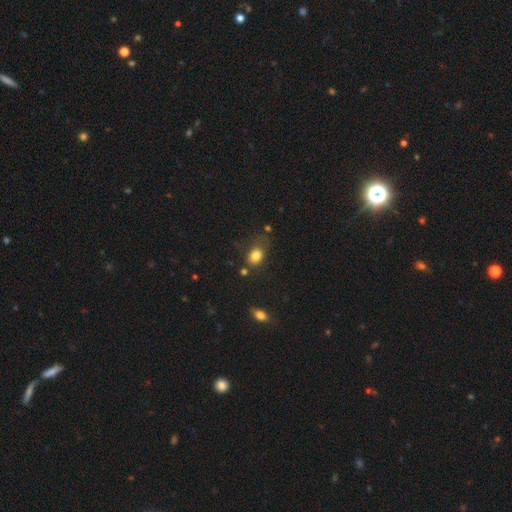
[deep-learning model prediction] This is clearly a smooth galaxy (81%). How rounded: likely in between (68%). Merging: possibly none (57%).